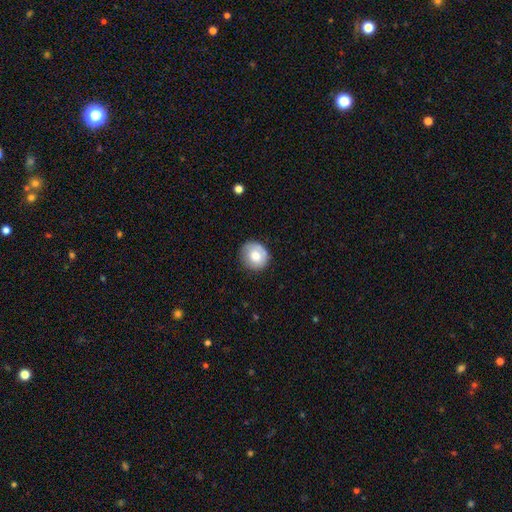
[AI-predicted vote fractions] Morphology: type=smooth (73%); roundness=round (83%); merging=none (76%).